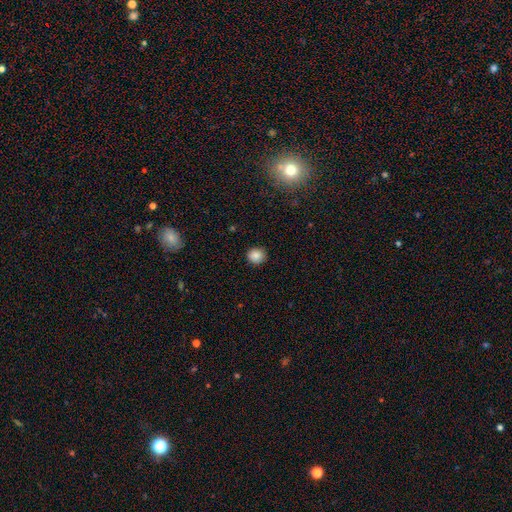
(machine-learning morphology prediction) This appears to be a smooth galaxy with no disk features (86%) that is round (87%). Merging: none (90%).